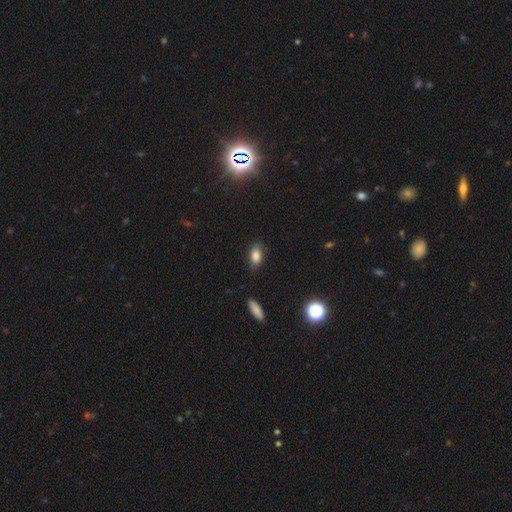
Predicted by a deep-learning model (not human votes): This is clearly a smooth galaxy (83%). How rounded: clearly in between (88%). Merging: likely none (78%).